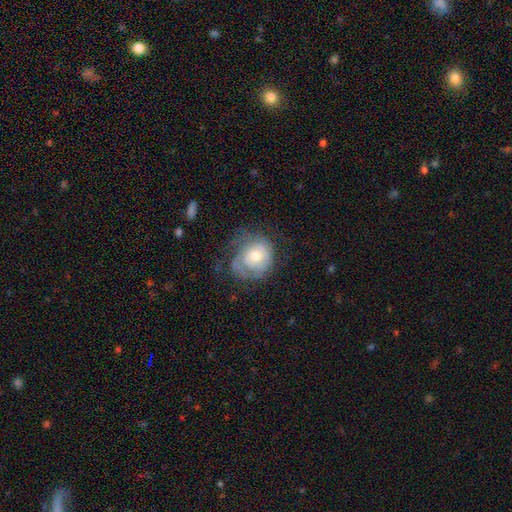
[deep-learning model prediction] Smooth or featured? Predicted: featured or disk (p=0.67). Edge-on disk? Predicted: no (p=0.97). Bar? Predicted: no (p=0.76). Spiral arms? Predicted: yes (p=0.81). Spiral winding? Predicted: tight (p=0.64). Spiral arm count? Predicted: can't tell (p=0.41). Bulge size? Predicted: moderate (p=0.67). Merging? Predicted: none (p=0.55).